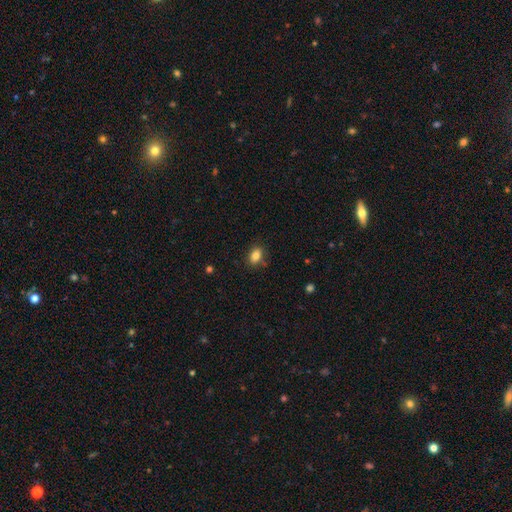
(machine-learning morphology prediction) A smooth galaxy with no disk features (83%) that is in between round and cigar-shaped (79%). Merging: none (80%).